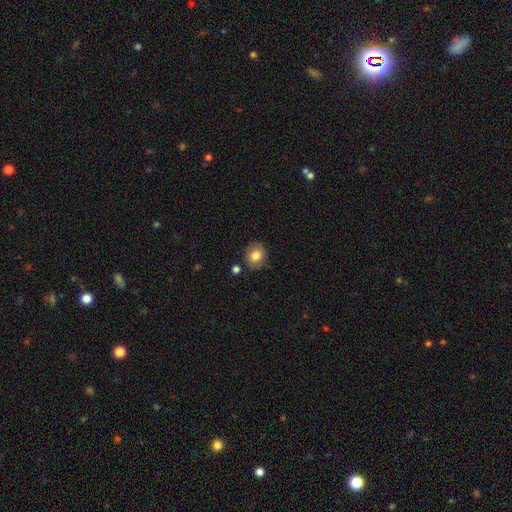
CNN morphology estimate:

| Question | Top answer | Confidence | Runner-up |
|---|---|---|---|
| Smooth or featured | smooth | 79% | featured or disk (12%) |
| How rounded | round | 60% | in between (39%) |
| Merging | none | 80% | minor disturbance (14%) |